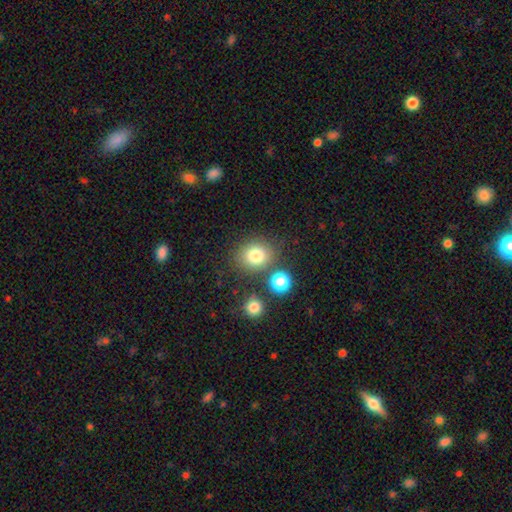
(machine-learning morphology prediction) This is likely a smooth galaxy (79%). How rounded: likely round (75%). Merging: likely none (75%).